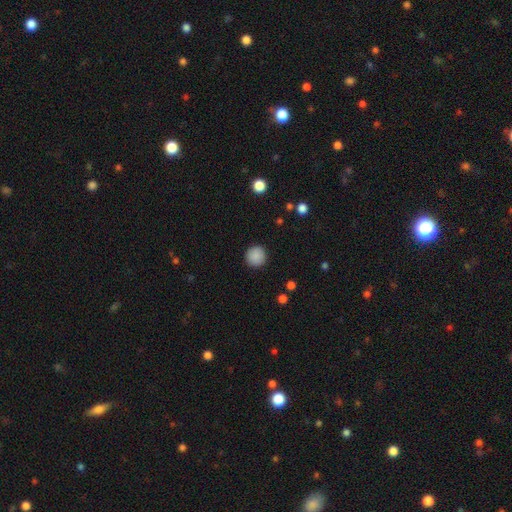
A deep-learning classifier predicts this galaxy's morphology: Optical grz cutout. It shows a smooth galaxy with no disk features (88%) that is round (95%). Merging: none (92%).